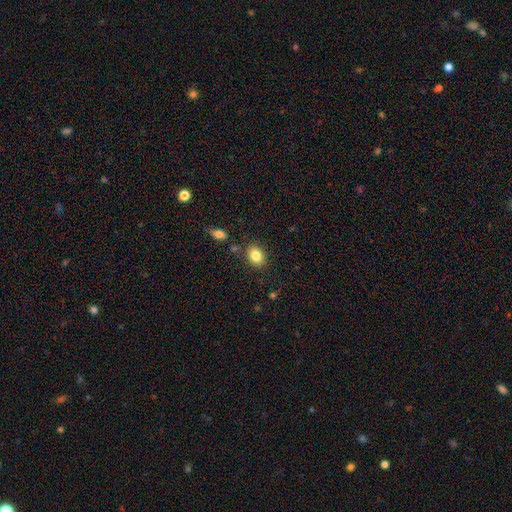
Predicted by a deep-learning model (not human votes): Morphology: type=smooth (84%); roundness=in between (66%); merging=none (82%).